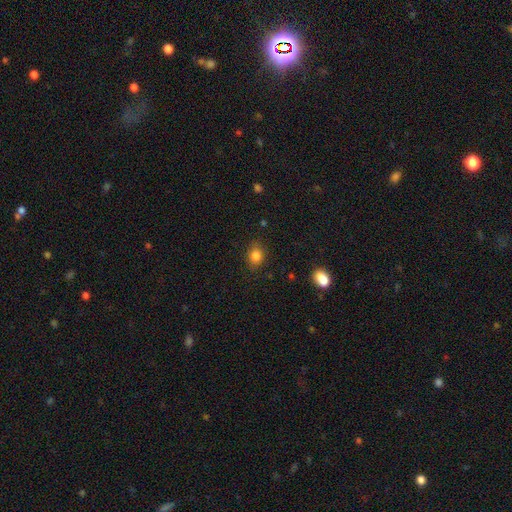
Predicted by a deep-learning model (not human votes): Overall: smooth (84%). How rounded: in between (57%; round 42%). Merging: none (82%).